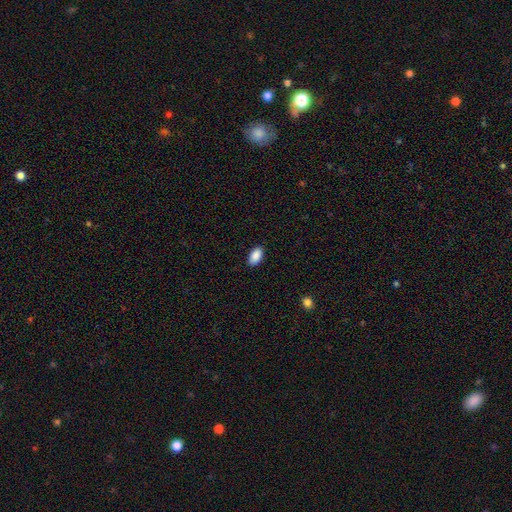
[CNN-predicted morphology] Smooth or featured? smooth (90%)
How rounded? in between (94%)
Merging? none (88%)